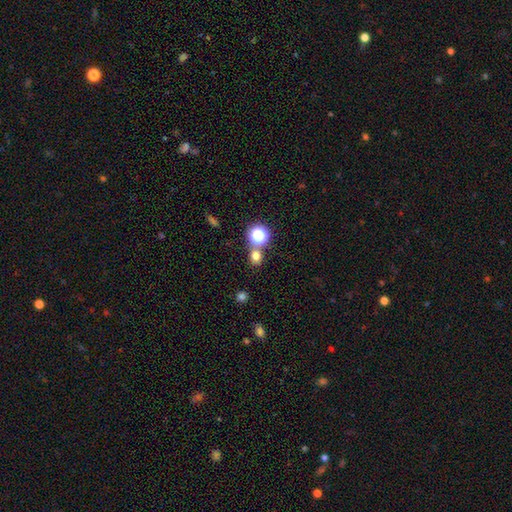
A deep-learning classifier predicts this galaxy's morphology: A smooth galaxy with no disk features (71%) that is round (79%).

Vote fractions:
- Smooth or featured? smooth: 71% / star or artifact: 23% / featured or disk: 6%
- How rounded? round: 79% / in between: 19% / cigar-shaped: 1%
- Merging? none: 71% / merger: 18% / minor disturbance: 8% / major disturbance: 3%